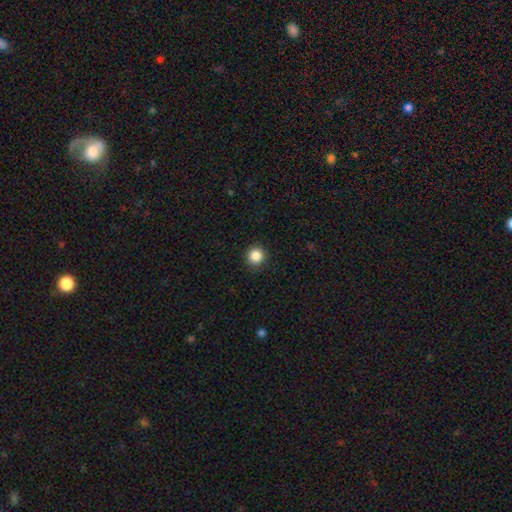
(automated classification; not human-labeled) The model was most divided on "smooth or featured": smooth: 86%, star or artifact: 10%, featured or disk: 3%. More confident: how rounded — round (93%); merging — none (91%).